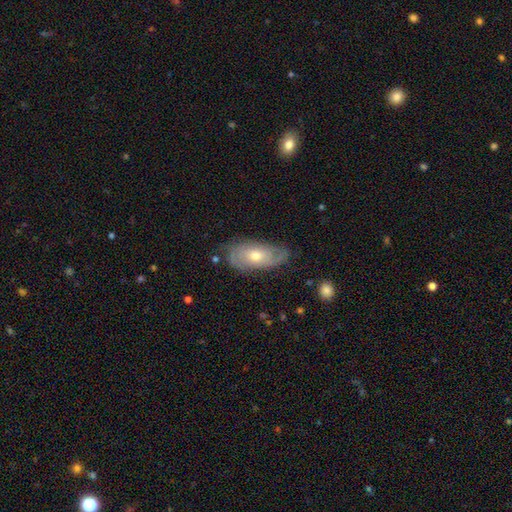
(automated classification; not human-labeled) A featured or disk galaxy (59%) with no bar (76%), spiral arms (77%) and a moderate central bulge (61%). Merging: none (70%).